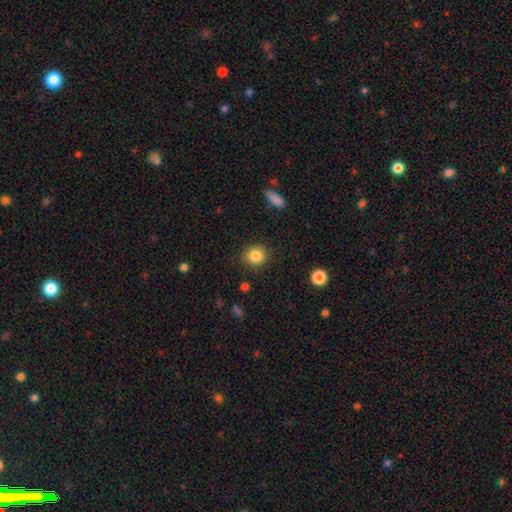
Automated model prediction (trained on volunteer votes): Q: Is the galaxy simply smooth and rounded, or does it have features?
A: smooth — 85%.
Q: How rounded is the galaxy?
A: round — 83%.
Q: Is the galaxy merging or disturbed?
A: none — 87%.